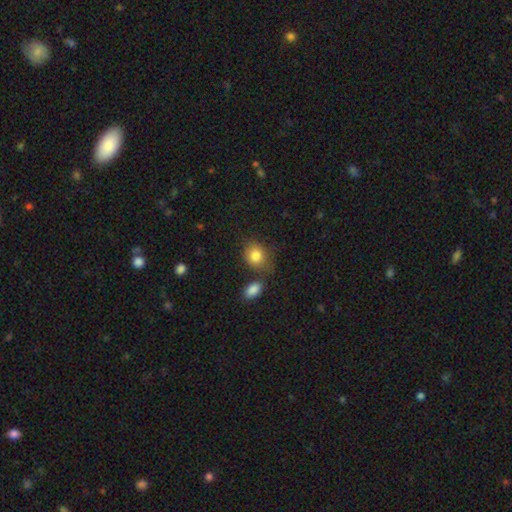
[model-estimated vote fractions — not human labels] smooth_or_featured: smooth (p=0.84) [alt: star or artifact p=0.09]
how_rounded: round (p=0.54) [alt: in between p=0.45]
merging: none (p=0.64) [alt: minor disturbance p=0.17]